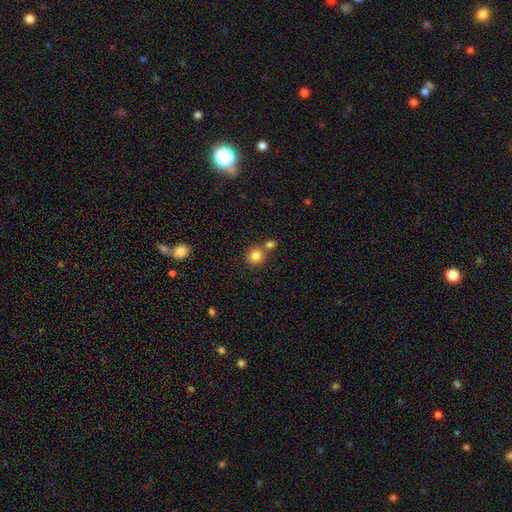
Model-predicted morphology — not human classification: smooth 84%, star or artifact 11%, featured or disk 6%. Down the decision tree: how rounded — round (90%); merging — none (62%).